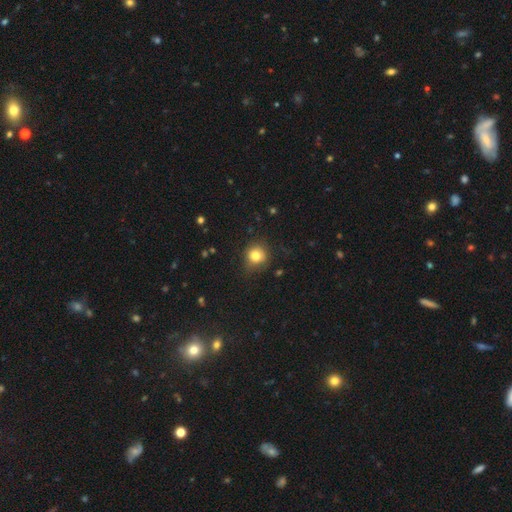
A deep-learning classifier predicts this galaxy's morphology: A smooth galaxy with no disk features (81%) that is round (87%).

Vote fractions:
- Smooth or featured? smooth: 81% / star or artifact: 12% / featured or disk: 7%
- How rounded? round: 87% / in between: 12% / cigar-shaped: 1%
- Merging? none: 77% / minor disturbance: 17% / major disturbance: 5% / merger: 1%